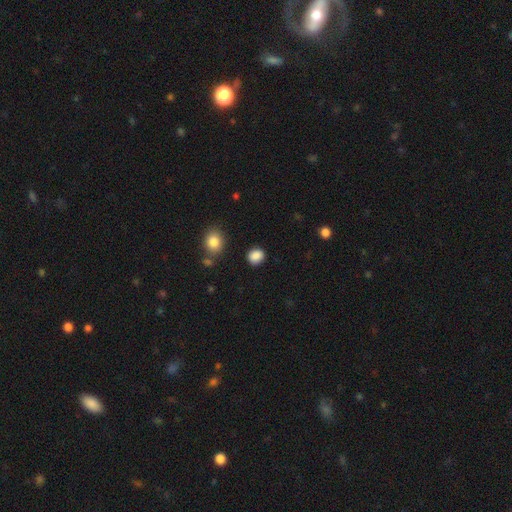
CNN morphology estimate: Smooth or featured? Predicted: smooth (p=0.88). How rounded? Predicted: round (p=0.71). Merging? Predicted: none (p=0.87).